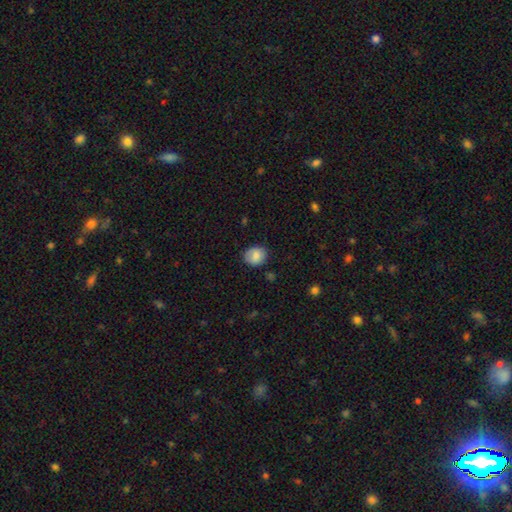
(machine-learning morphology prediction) This appears to be a smooth galaxy with no disk features (82%) that is round (63%). Merging: none (78%).